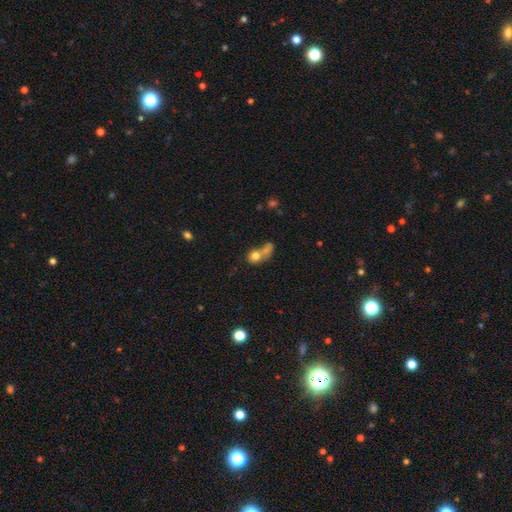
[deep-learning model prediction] Smooth or featured? smooth (73%)
How rounded? round (58%)
Merging? merger (59%)